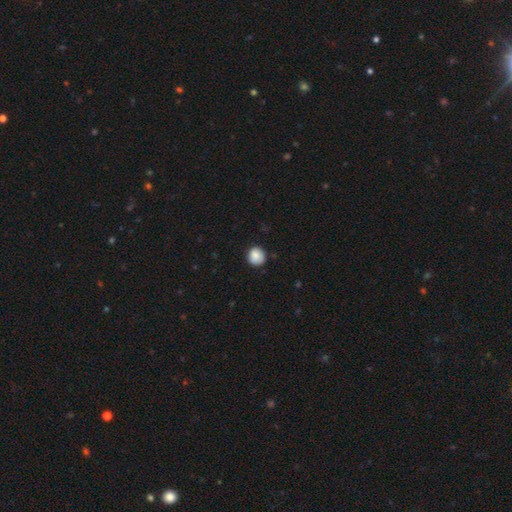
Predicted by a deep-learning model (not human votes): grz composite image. It shows a smooth galaxy with no disk features (87%) that is round (91%). Merging: none (85%).